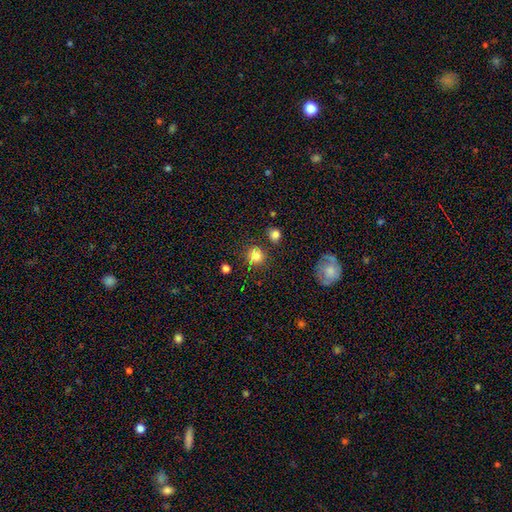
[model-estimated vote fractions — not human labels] The model was most divided on "merging": none: 77%, minor disturbance: 11%, merger: 8%, major disturbance: 4%. More confident: how rounded — round (84%); smooth or featured — smooth (80%).